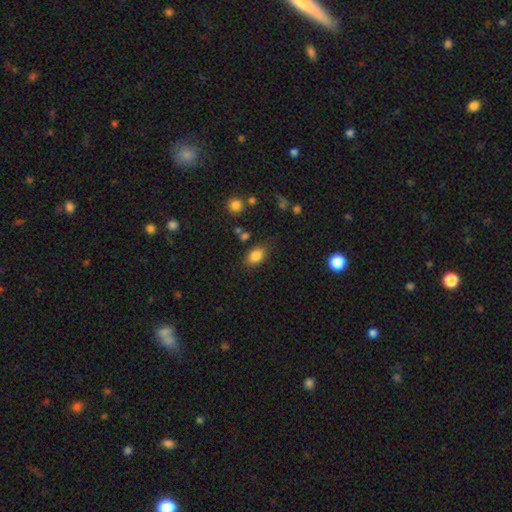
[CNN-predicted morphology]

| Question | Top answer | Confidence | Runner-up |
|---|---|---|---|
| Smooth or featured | smooth | 84% | star or artifact (10%) |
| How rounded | in between | 77% | round (22%) |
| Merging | none | 76% | minor disturbance (16%) |